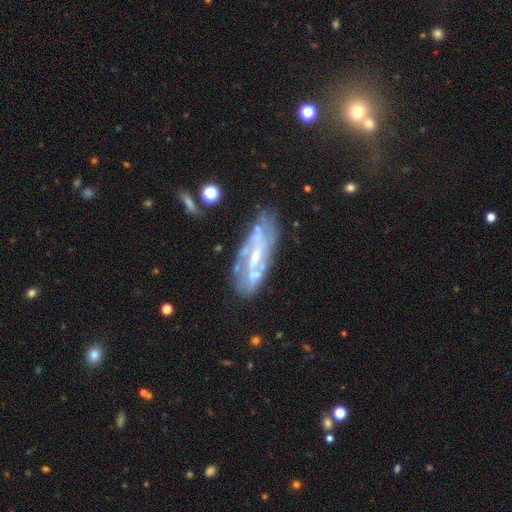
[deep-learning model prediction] This appears to be a featured or disk galaxy (75%) with a weak bar (39%), spiral arms (75%) and a small central bulge (49%). Merging: none (66%).